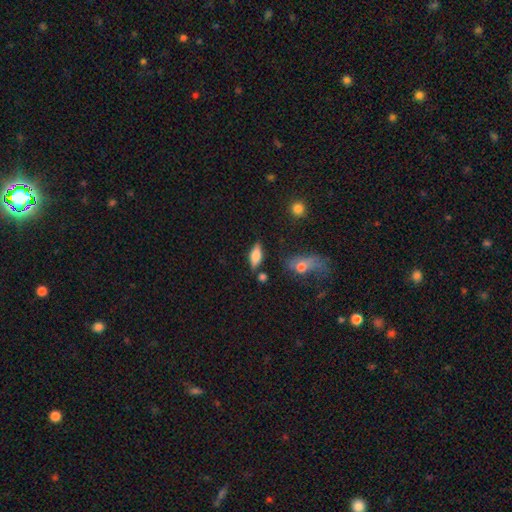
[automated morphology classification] Q: Smooth or featured?
A: smooth (70%); runner-up: featured or disk (22%)
Q: How rounded?
A: in between (74%); runner-up: cigar-shaped (22%)
Q: Merging?
A: none (77%); runner-up: minor disturbance (14%)